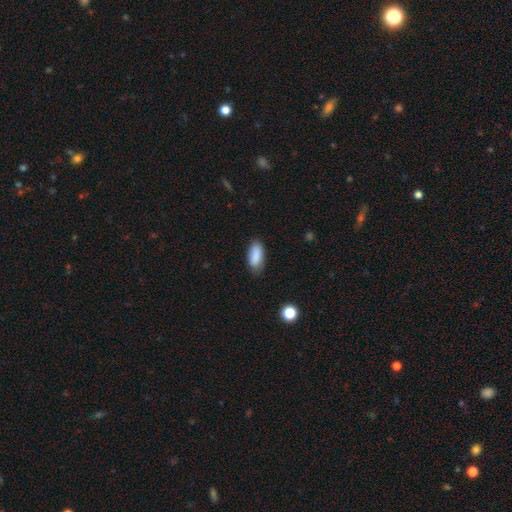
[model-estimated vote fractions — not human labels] Smooth or featured? Predicted: smooth (p=0.87). How rounded? Predicted: in between (p=0.84). Merging? Predicted: none (p=0.78).